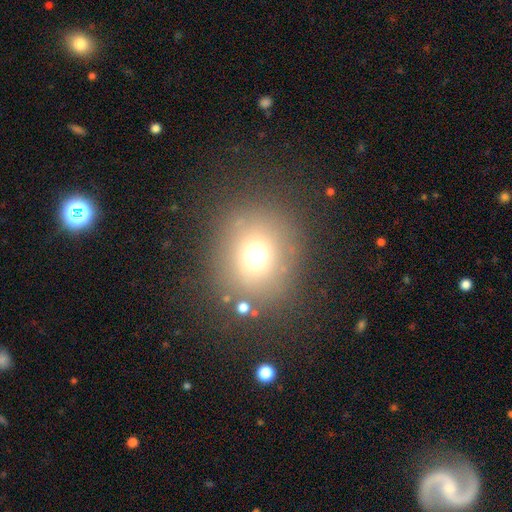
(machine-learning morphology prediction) smooth 67%, star or artifact 22%, featured or disk 11%. Down the decision tree: how rounded — round (82%); merging — none (80%).